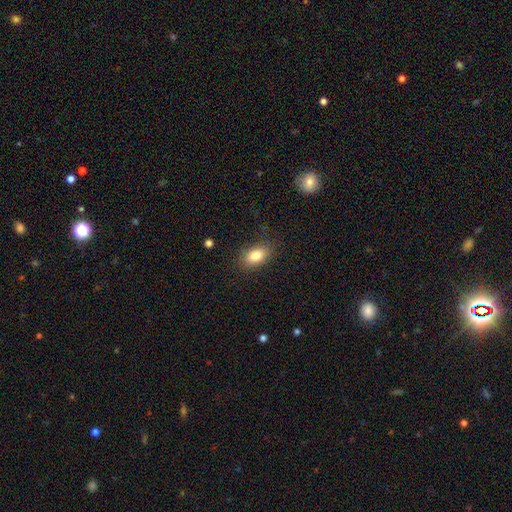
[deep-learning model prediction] Smooth or featured: smooth — 83% (featured or disk — 9%)
How rounded: in between — 88% (round — 10%)
Merging: none — 82% (minor disturbance — 13%)